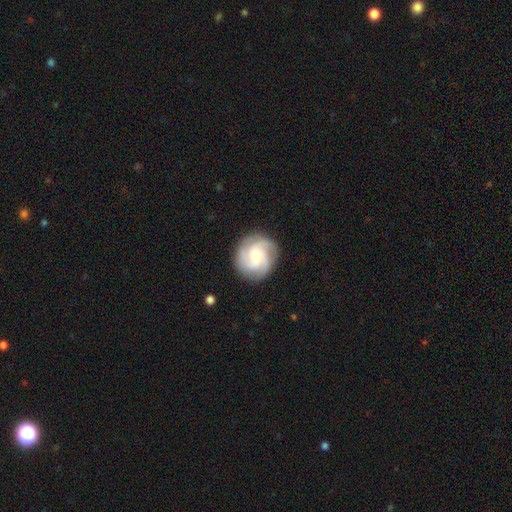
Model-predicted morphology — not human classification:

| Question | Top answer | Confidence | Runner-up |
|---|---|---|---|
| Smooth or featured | featured or disk | 81% | smooth (13%) |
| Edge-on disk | no | 98% | yes (2%) |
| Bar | no | 67% | weak (29%) |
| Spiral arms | yes | 98% | no (2%) |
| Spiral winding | tight | 48% | medium (42%) |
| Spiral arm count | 3 | 57% | 4 (23%) |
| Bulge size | moderate | 51% | small (37%) |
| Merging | none | 85% | minor disturbance (10%) |